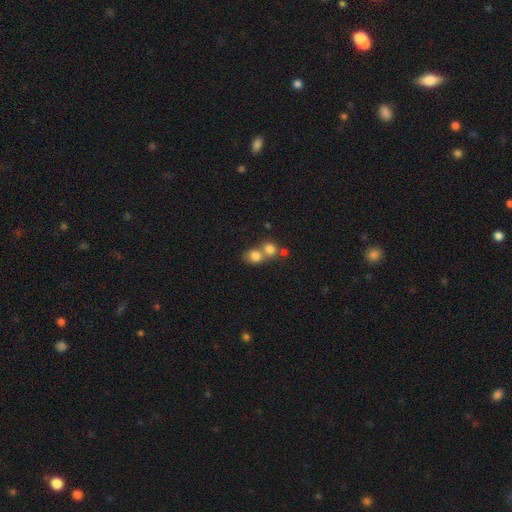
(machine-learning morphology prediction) This is likely a smooth galaxy (79%). How rounded: likely round (66%). Merging: possibly merger (58%).